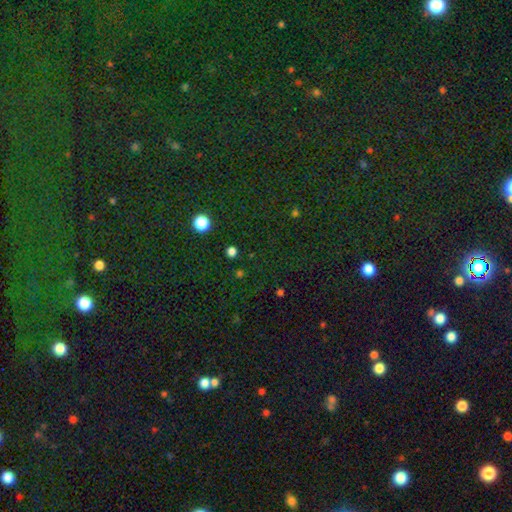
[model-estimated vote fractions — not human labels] Smooth or featured?
  - star or artifact: 80% *
  - smooth: 13%
  - featured or disk: 7%